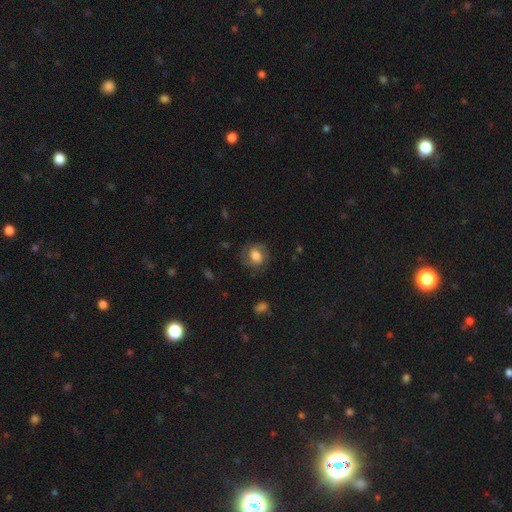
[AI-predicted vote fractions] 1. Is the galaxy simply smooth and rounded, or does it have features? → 58% smooth, 33% featured or disk, 9% star or artifact.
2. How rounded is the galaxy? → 57% round, 41% in between, 1% cigar-shaped.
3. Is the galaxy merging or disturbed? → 73% none, 17% minor disturbance, 9% major disturbance, 1% merger.